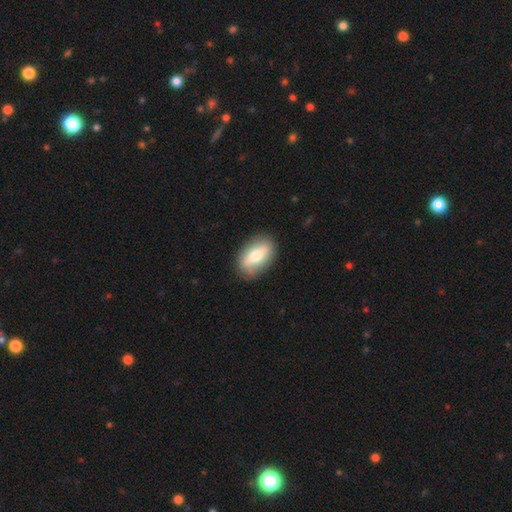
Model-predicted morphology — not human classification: Smooth or featured? smooth (63%)
How rounded? in between (87%)
Merging? none (84%)